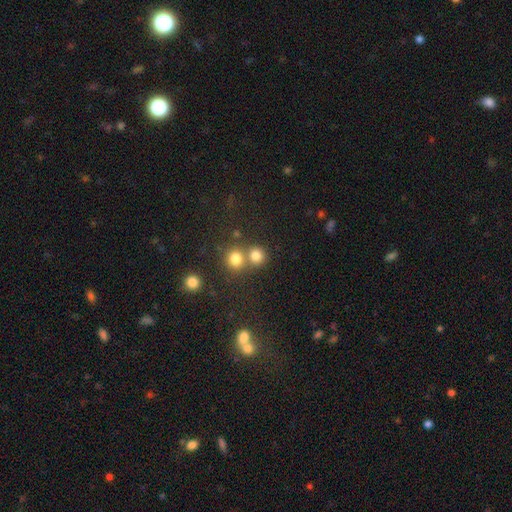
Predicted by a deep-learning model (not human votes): Q: Smooth or featured?
A: smooth (78%); runner-up: star or artifact (15%)
Q: How rounded?
A: round (87%); runner-up: in between (12%)
Q: Merging?
A: none (55%); runner-up: merger (36%)